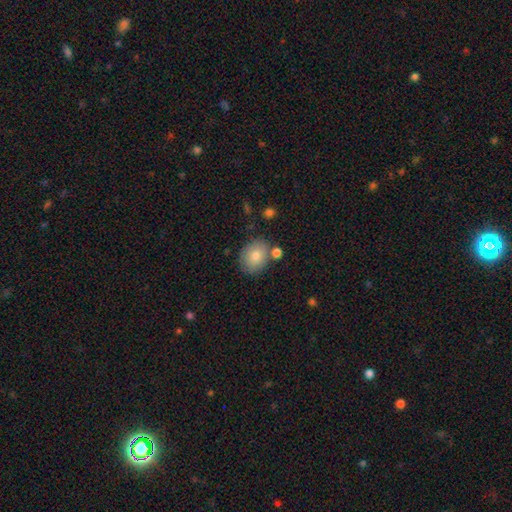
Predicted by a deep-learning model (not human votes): Smooth or featured? Predicted: smooth (p=0.80). How rounded? Predicted: in between (p=0.51). Merging? Predicted: none (p=0.76).